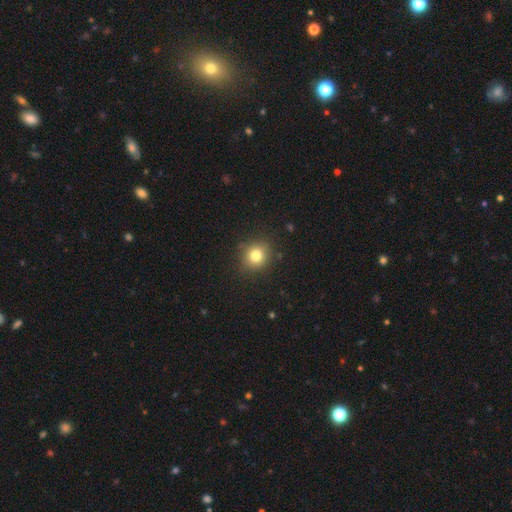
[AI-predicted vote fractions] A smooth galaxy with no disk features (79%) that is round (83%). Merging: none (87%).